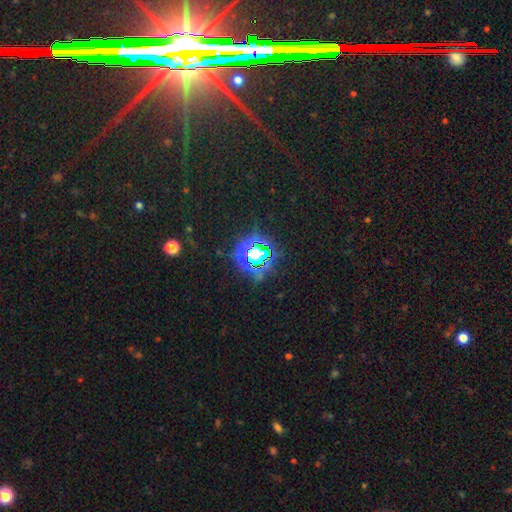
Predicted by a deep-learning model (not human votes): star or artifact 75%, smooth 16%, featured or disk 9%.